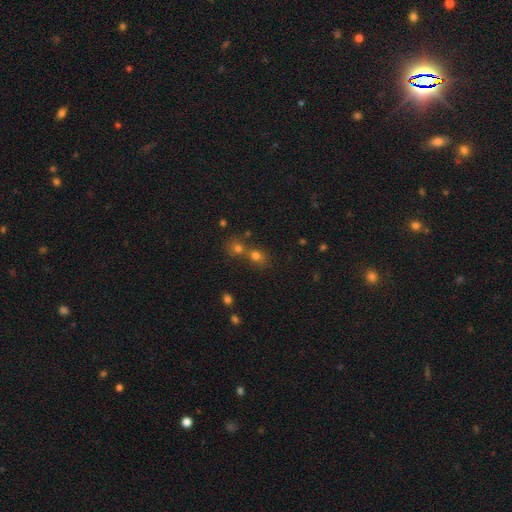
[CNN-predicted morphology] smooth_or_featured: smooth (p=0.70) [alt: star or artifact p=0.19]
how_rounded: round (p=0.63) [alt: in between p=0.36]
merging: merger (p=0.56) [alt: none p=0.34]